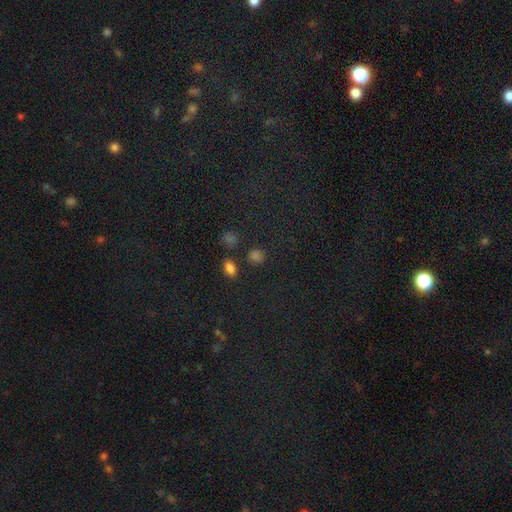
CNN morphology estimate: smooth-or-featured: smooth: 74% | star or artifact: 21% | featured or disk: 5%
  how-rounded: round: 58% | in between: 40% | cigar-shaped: 2%
  merging: none: 79% | minor disturbance: 10% | merger: 8% | major disturbance: 3%